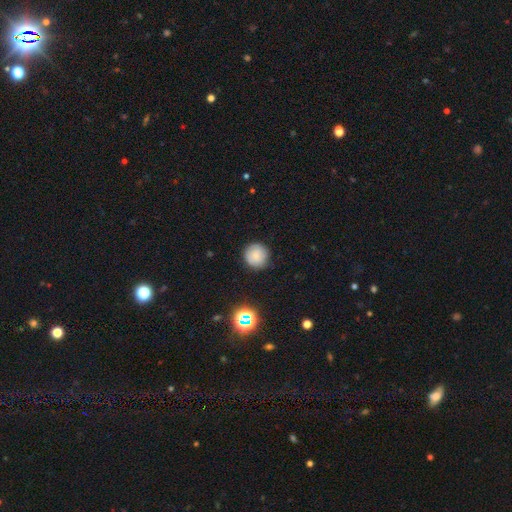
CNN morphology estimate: Smooth or featured? Predicted: smooth (p=0.80). How rounded? Predicted: round (p=0.94). Merging? Predicted: none (p=0.88).